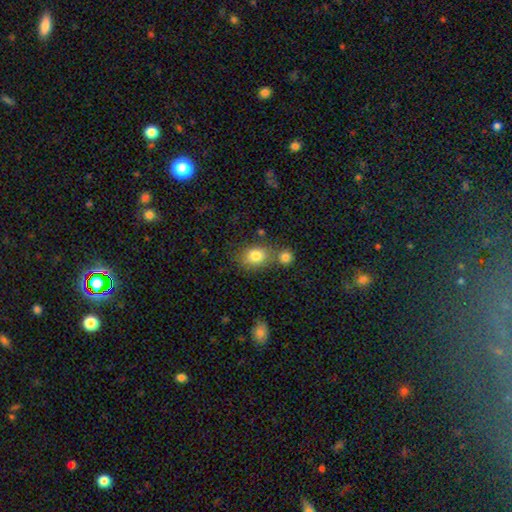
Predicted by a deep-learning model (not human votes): The model was most divided on "how rounded": in between: 56%, round: 43%, cigar-shaped: 1%. More confident: smooth or featured — smooth (81%); merging — none (59%).